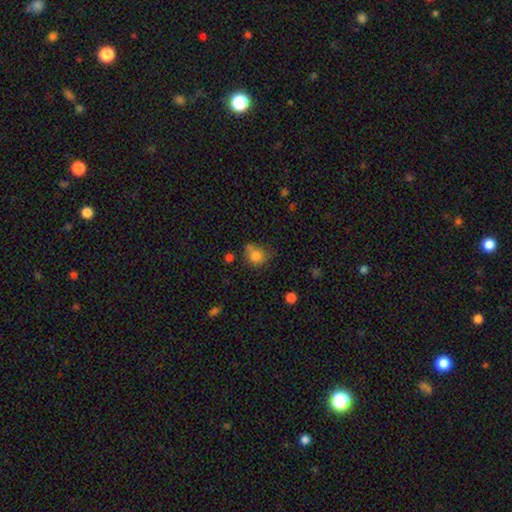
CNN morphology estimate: A smooth galaxy with no disk features (77%) that is round (64%).

Vote fractions:
- Smooth or featured? smooth: 77% / star or artifact: 12% / featured or disk: 11%
- How rounded? round: 64% / in between: 35% / cigar-shaped: 1%
- Merging? none: 46% / minor disturbance: 29% / merger: 13% / major disturbance: 12%